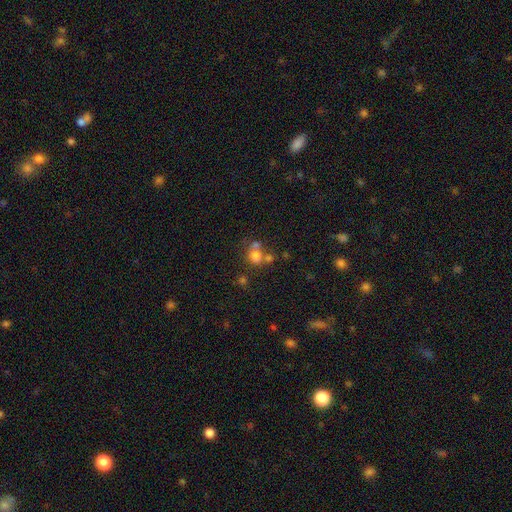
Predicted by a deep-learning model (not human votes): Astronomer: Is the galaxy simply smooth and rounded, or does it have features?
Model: smooth — 70%.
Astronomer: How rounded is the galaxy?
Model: round — 70%.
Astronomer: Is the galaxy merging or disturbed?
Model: none — 42% (runner-up: merger, 40%).